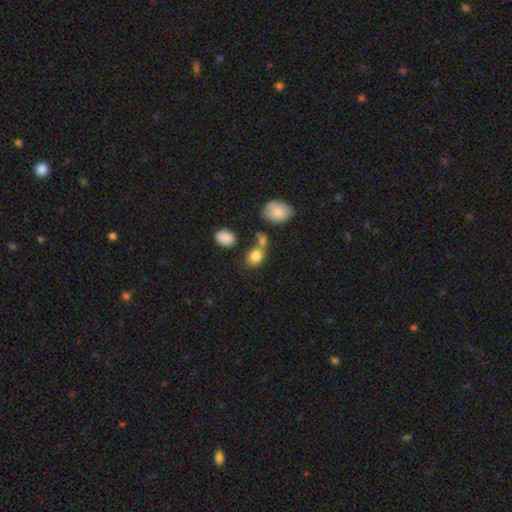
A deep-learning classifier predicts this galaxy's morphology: smooth_or_featured: smooth (p=0.82) [alt: star or artifact p=0.11]
how_rounded: in between (p=0.50) [alt: round p=0.48]
merging: none (p=0.51) [alt: merger p=0.28]